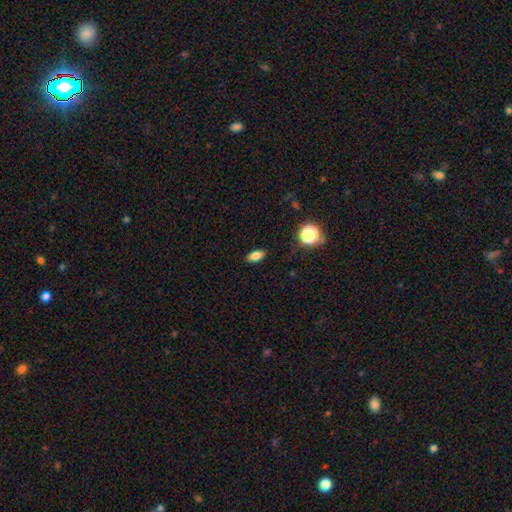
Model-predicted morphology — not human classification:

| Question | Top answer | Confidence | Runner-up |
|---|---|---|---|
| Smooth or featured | smooth | 82% | star or artifact (11%) |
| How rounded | in between | 86% | cigar-shaped (7%) |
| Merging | none | 88% | minor disturbance (9%) |